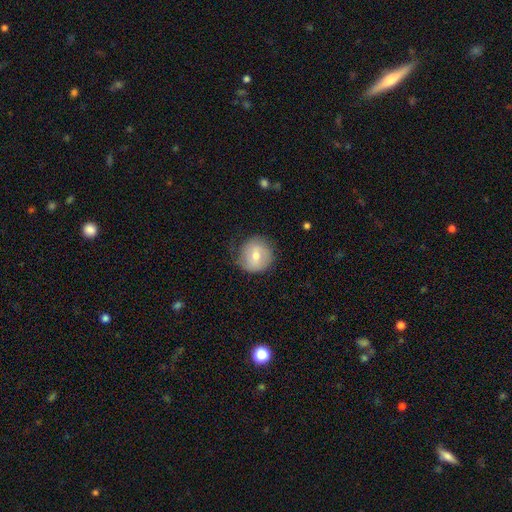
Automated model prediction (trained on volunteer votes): Morphology: type=smooth (61%); roundness=round (88%); merging=none (70%).